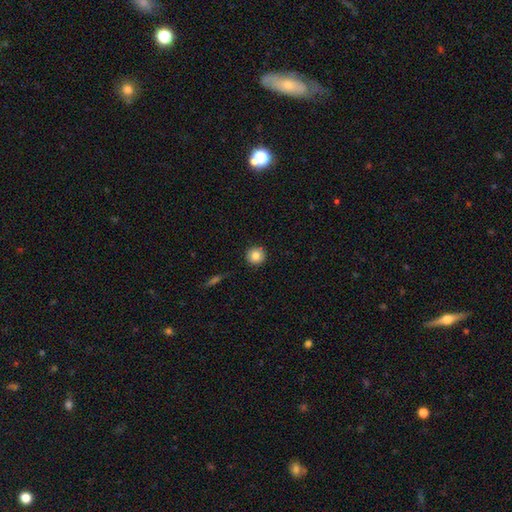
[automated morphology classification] Smooth or featured?
  - smooth: 82% *
  - star or artifact: 9%
  - featured or disk: 9%
How rounded?
  - round: 95% *
  - in between: 4%
  - cigar-shaped: 1%
Merging?
  - none: 91% *
  - minor disturbance: 6%
  - major disturbance: 2%
  - merger: 1%